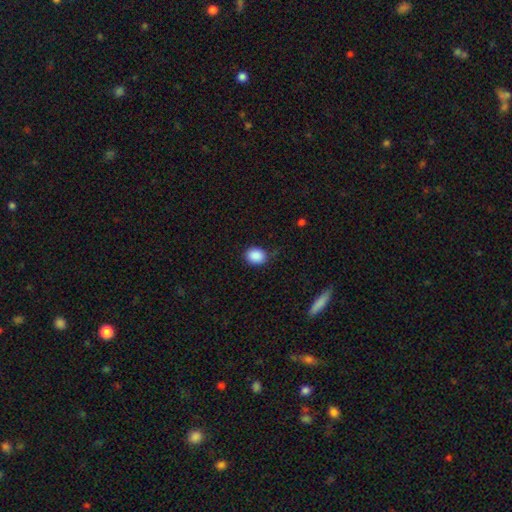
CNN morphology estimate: Smooth or featured? Predicted: smooth (p=0.89). How rounded? Predicted: round (p=0.52). Merging? Predicted: none (p=0.79).